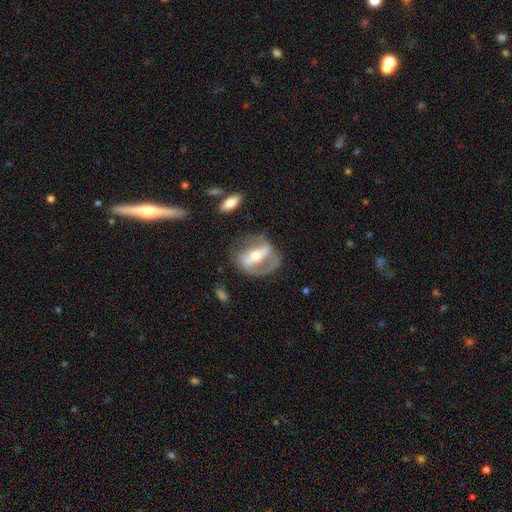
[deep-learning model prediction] Smooth or featured? Predicted: featured or disk (p=0.81). Edge-on disk? Predicted: no (p=0.90). Bar? Predicted: strong (p=0.69). Spiral arms? Predicted: yes (p=0.67). Bulge size? Predicted: moderate (p=0.64). Merging? Predicted: none (p=0.65).